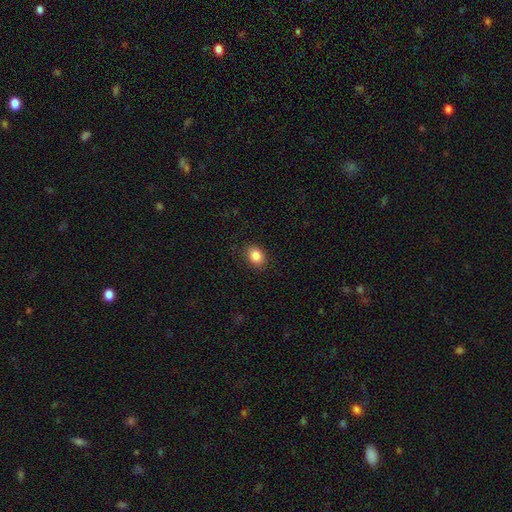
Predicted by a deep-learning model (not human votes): Smooth or featured: smooth — 85% (star or artifact — 9%)
How rounded: in between — 68% (round — 31%)
Merging: none — 87% (minor disturbance — 9%)